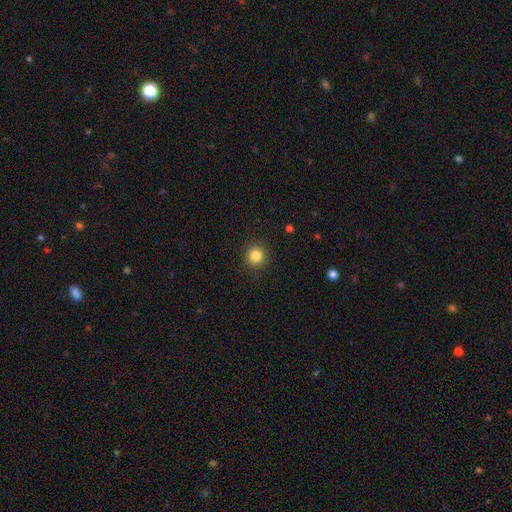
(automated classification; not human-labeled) Q: Smooth or featured?
A: smooth (85%); runner-up: star or artifact (11%)
Q: How rounded?
A: round (93%); runner-up: in between (6%)
Q: Merging?
A: none (91%); runner-up: minor disturbance (6%)